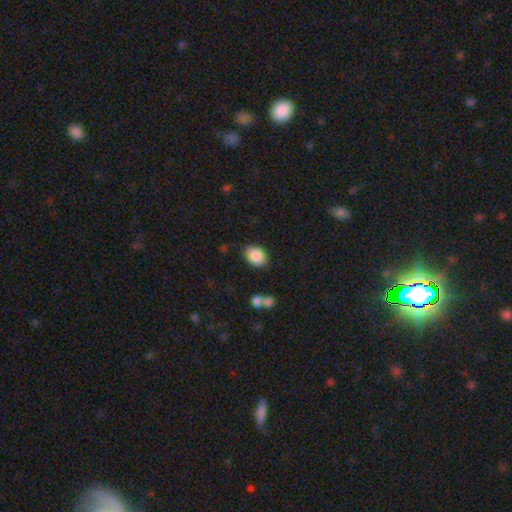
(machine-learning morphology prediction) The model was most divided on "how rounded": in between: 71%, round: 28%, cigar-shaped: 1%. More confident: smooth or featured — smooth (88%); merging — none (83%).